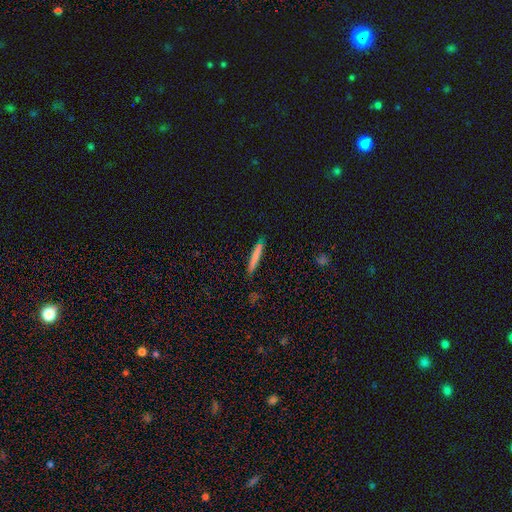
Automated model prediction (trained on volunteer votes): smooth_or_featured: smooth (p=0.75) [alt: featured or disk p=0.18]
how_rounded: cigar-shaped (p=0.96) [alt: in between p=0.03]
merging: none (p=0.88) [alt: minor disturbance p=0.09]